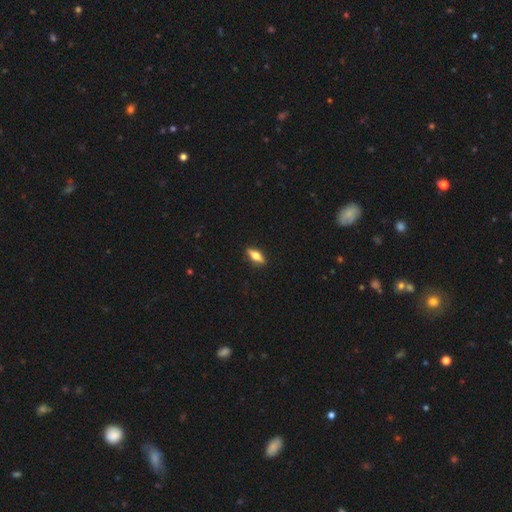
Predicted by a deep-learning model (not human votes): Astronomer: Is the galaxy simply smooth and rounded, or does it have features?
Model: smooth — 60%.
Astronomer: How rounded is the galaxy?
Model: in between — 70%.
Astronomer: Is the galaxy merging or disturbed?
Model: none — 89%.